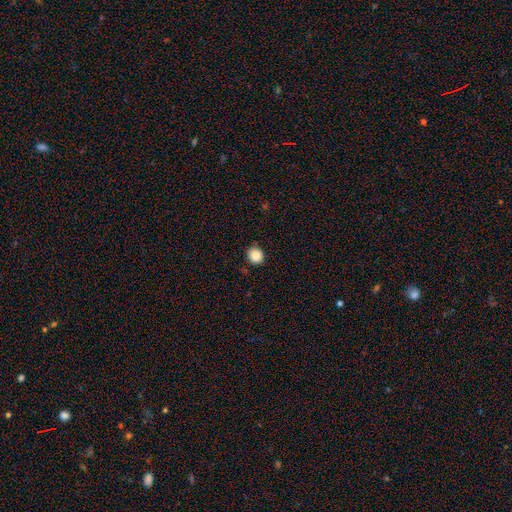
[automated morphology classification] type=smooth (86%); roundness=round (84%); merging=none (87%).